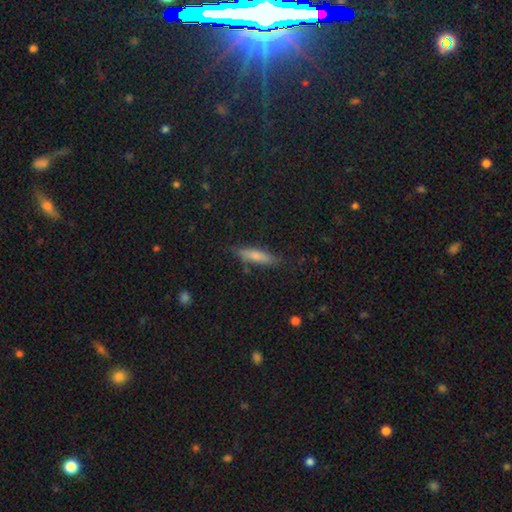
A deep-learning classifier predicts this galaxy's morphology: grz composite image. It shows a smooth galaxy with no disk features (62%) that is cigar-shaped (77%). Merging: none (81%).